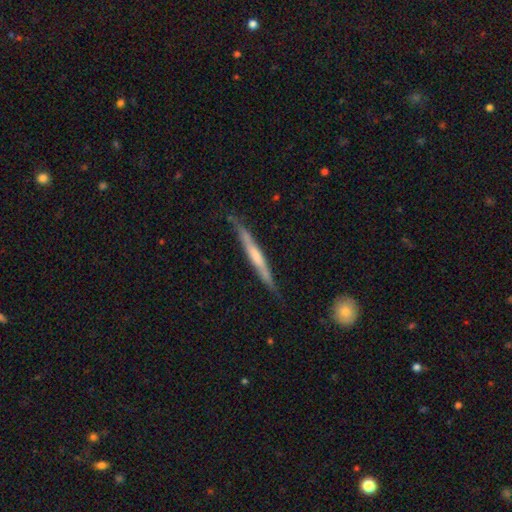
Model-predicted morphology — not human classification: smooth-or-featured: featured or disk: 59% | smooth: 36% | star or artifact: 5%
  disk-edge-on: yes: 95% | no: 5%
    edge-on-bulge: none: 53% | rounded: 32% | boxy: 15%
  merging: none: 80% | minor disturbance: 16% | major disturbance: 3% | merger: 2%